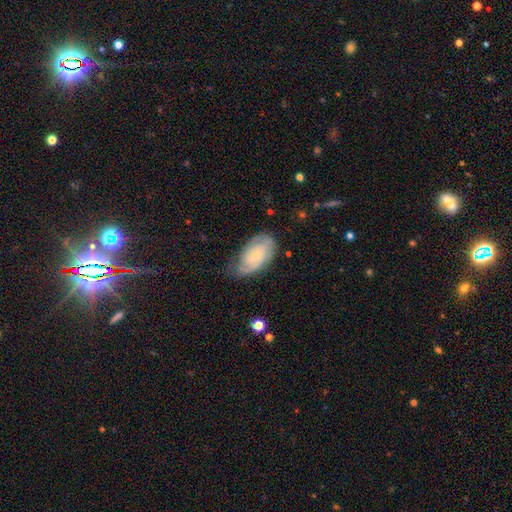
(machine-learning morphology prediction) type=featured or disk (64%); edge-on=no (95%); bar=no (68%); spiral arms=yes (87%); winding=tight (61%); arm count=2 (42%); bulge=small (74%); merging=none (59%).